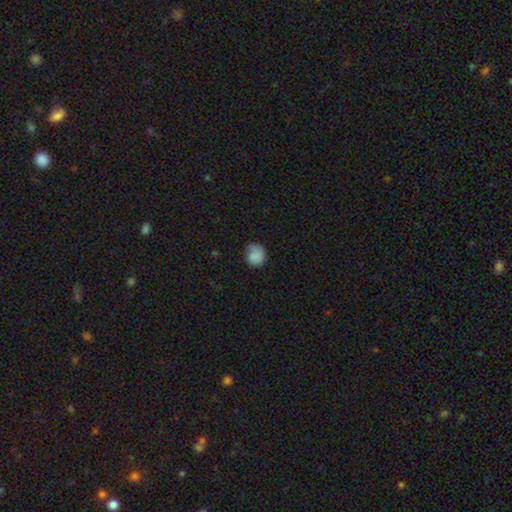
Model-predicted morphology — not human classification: Smooth or featured? Predicted: smooth (p=0.83). How rounded? Predicted: round (p=0.77). Merging? Predicted: none (p=0.65).